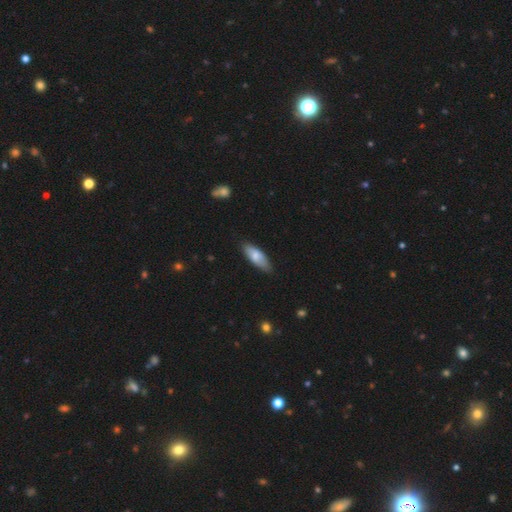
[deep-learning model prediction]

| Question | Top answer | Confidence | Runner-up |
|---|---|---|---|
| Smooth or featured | smooth | 73% | featured or disk (21%) |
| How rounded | in between | 68% | cigar-shaped (30%) |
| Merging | none | 79% | minor disturbance (18%) |